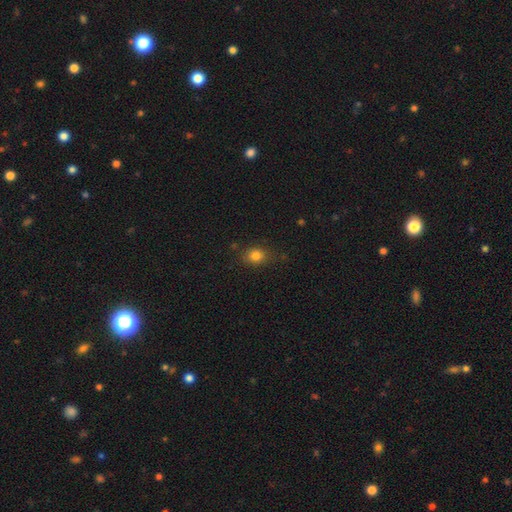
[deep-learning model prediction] smooth_or_featured: smooth (p=0.82) [alt: star or artifact p=0.12]
how_rounded: round (p=0.51) [alt: in between p=0.48]
merging: none (p=0.79) [alt: minor disturbance p=0.15]